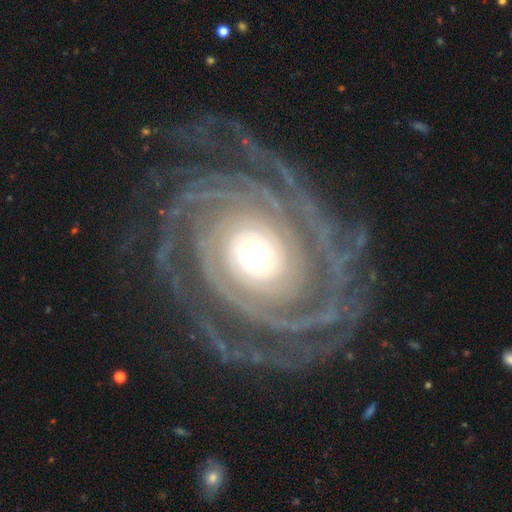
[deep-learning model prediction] Smooth or featured: featured or disk — 92% (star or artifact — 4%)
Edge-on disk: no — 97% (yes — 3%)
Bar: no — 79% (weak — 12%)
Spiral arms: yes — 97% (no — 3%)
Spiral winding: tight — 77% (medium — 17%)
Spiral arm count: 2 — 25% (can't tell — 19%)
Bulge size: moderate — 61% (large — 19%)
Merging: none — 73% (major disturbance — 13%)